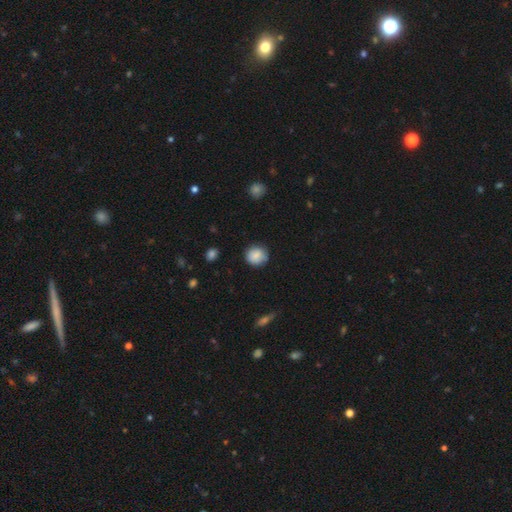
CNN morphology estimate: Smooth or featured? smooth (85%)
How rounded? round (87%)
Merging? none (79%)